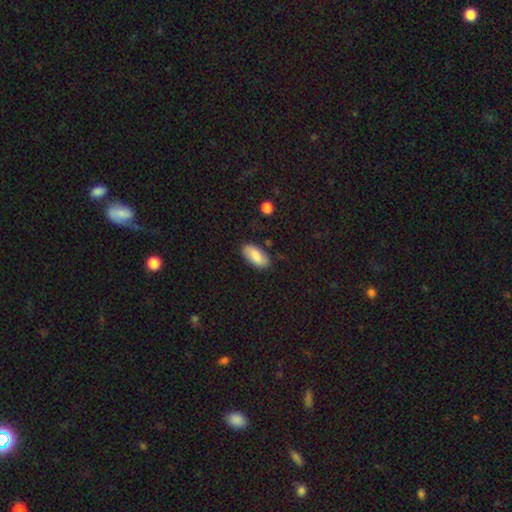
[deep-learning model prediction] smooth_or_featured: smooth (p=0.80) [alt: featured or disk p=0.13]
how_rounded: in between (p=0.93) [alt: cigar-shaped p=0.05]
merging: none (p=0.82) [alt: minor disturbance p=0.13]